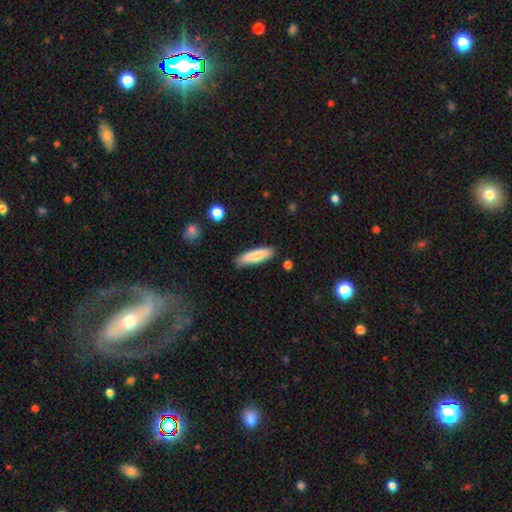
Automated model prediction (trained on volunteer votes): Smooth or featured? Predicted: smooth (p=0.81). How rounded? Predicted: cigar-shaped (p=0.67). Merging? Predicted: none (p=0.85).